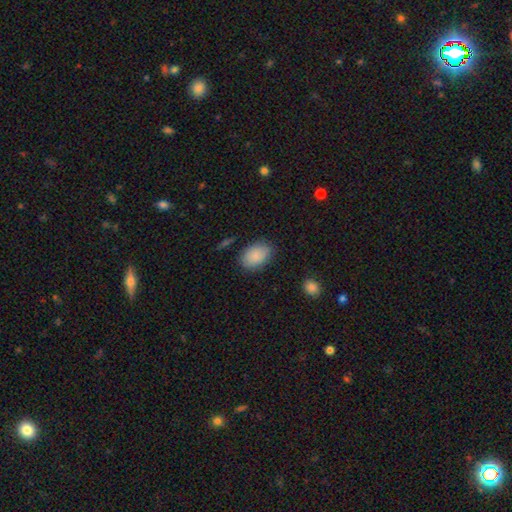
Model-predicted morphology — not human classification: The model was most divided on "merging": none: 82%, minor disturbance: 13%, major disturbance: 3%, merger: 2%. More confident: smooth or featured — smooth (87%); how rounded — in between (87%).